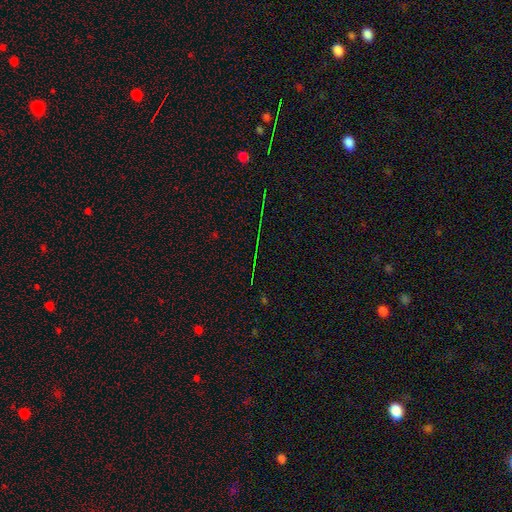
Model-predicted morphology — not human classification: This appears to be a star or artifact, not a galaxy (74%).